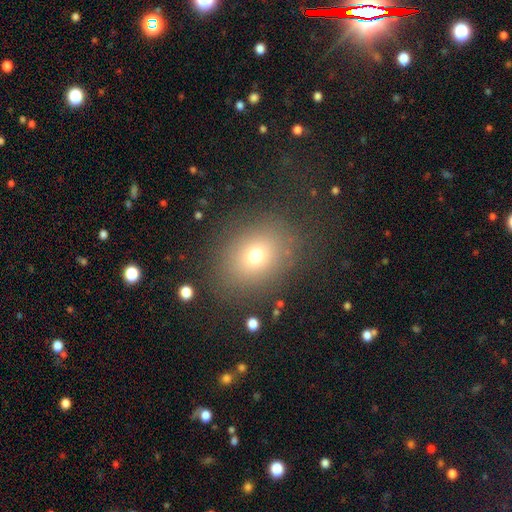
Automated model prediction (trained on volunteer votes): Overall: smooth (70%). How rounded: round (54%; in between 45%). Merging: none (80%).